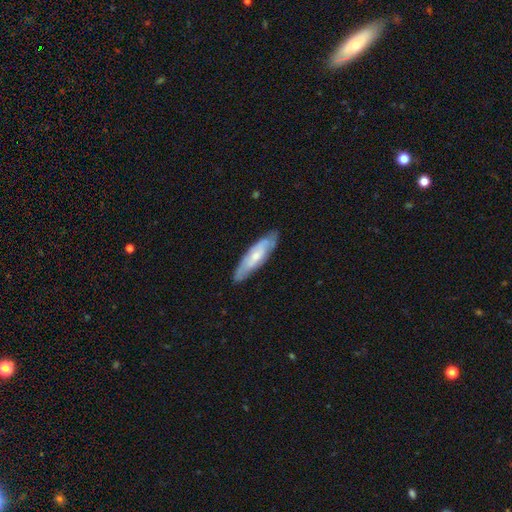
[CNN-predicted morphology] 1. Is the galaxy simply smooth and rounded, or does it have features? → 53% featured or disk, 42% smooth, 5% star or artifact.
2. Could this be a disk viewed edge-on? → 59% no, 41% yes.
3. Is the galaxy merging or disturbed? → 79% none, 17% minor disturbance, 3% major disturbance, 1% merger.